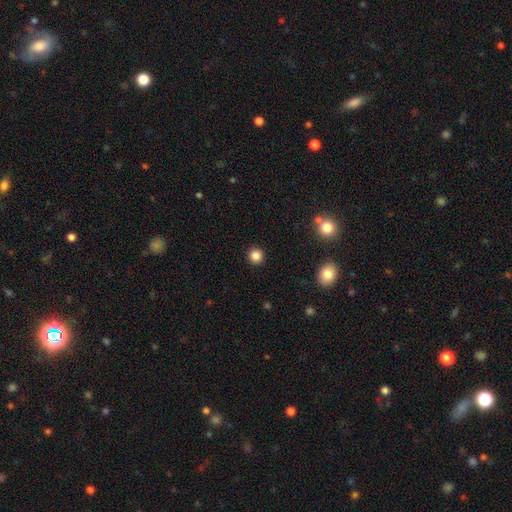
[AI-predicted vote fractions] smooth_or_featured: smooth (p=0.85) [alt: star or artifact p=0.11]
how_rounded: round (p=0.94) [alt: in between p=0.05]
merging: none (p=0.92) [alt: minor disturbance p=0.05]